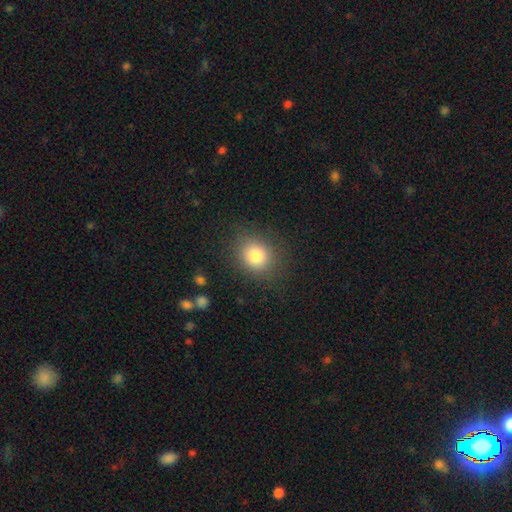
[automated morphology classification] Smooth or featured: smooth — 82% (star or artifact — 11%)
How rounded: round — 71% (in between — 28%)
Merging: none — 83% (minor disturbance — 11%)